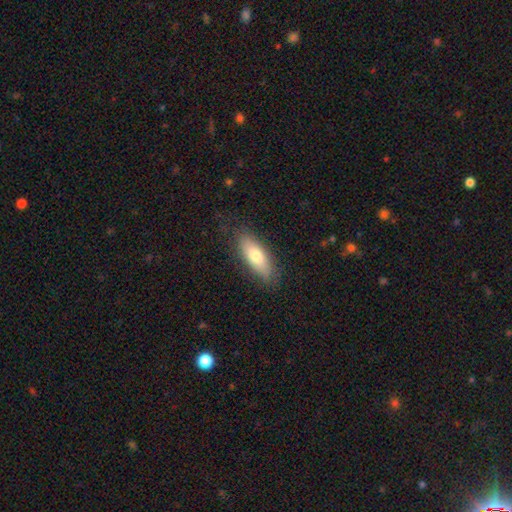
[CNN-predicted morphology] This appears to be a smooth galaxy with no disk features (73%) that is in between round and cigar-shaped (68%). Merging: none (82%).